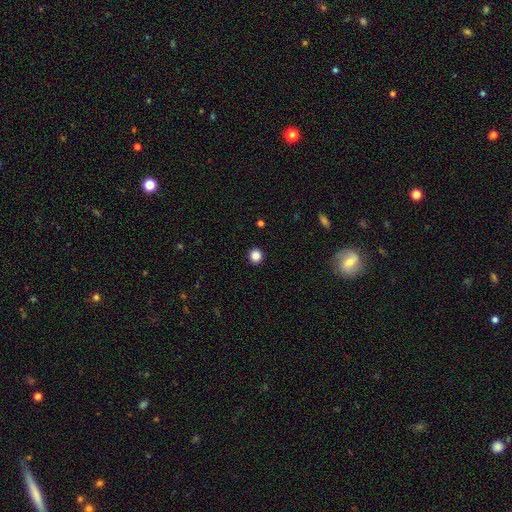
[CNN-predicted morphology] This appears to be a smooth galaxy with no disk features (86%) that is round (94%). Merging: none (93%).